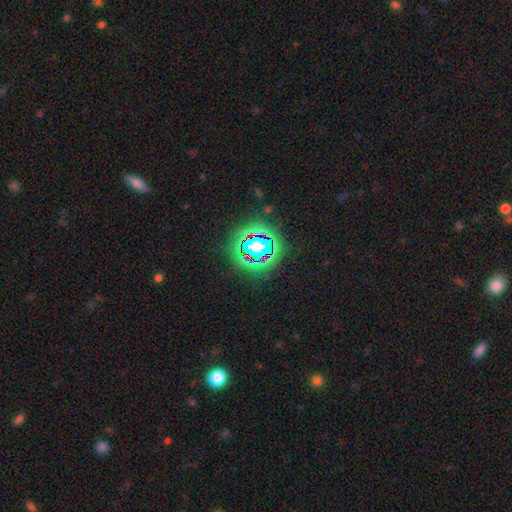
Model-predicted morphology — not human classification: Smooth or featured?
  - star or artifact: 78% *
  - smooth: 14%
  - featured or disk: 8%